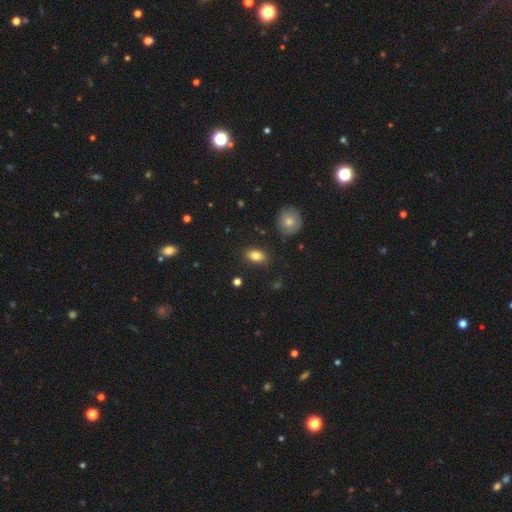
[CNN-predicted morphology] smooth_or_featured: smooth (p=0.83) [alt: star or artifact p=0.09]
how_rounded: in between (p=0.87) [alt: round p=0.10]
merging: none (p=0.85) [alt: minor disturbance p=0.10]